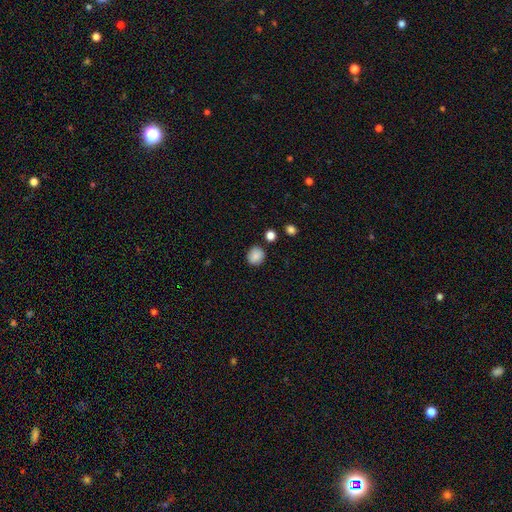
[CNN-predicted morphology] Overall: smooth (87%). How rounded: round (82%). Merging: none (87%).